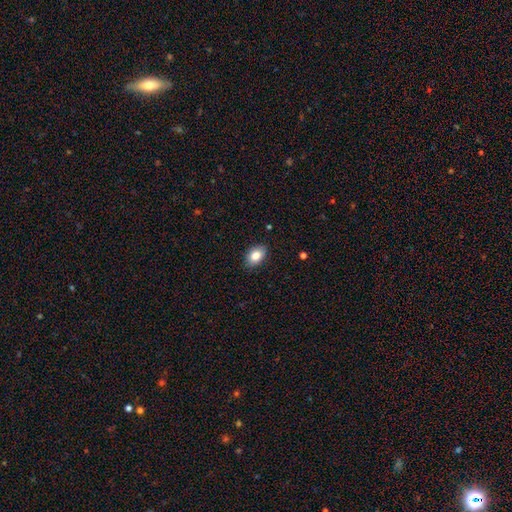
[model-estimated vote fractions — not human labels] This is clearly a smooth galaxy (84%). How rounded: clearly in between (84%). Merging: clearly none (87%).